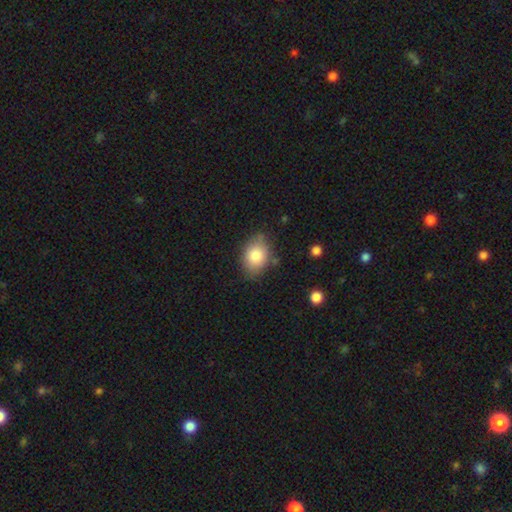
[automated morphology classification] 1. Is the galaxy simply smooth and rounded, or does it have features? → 82% smooth, 10% featured or disk, 8% star or artifact.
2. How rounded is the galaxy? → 74% in between, 25% round, 1% cigar-shaped.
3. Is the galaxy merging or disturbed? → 73% none, 20% minor disturbance, 4% major disturbance, 3% merger.